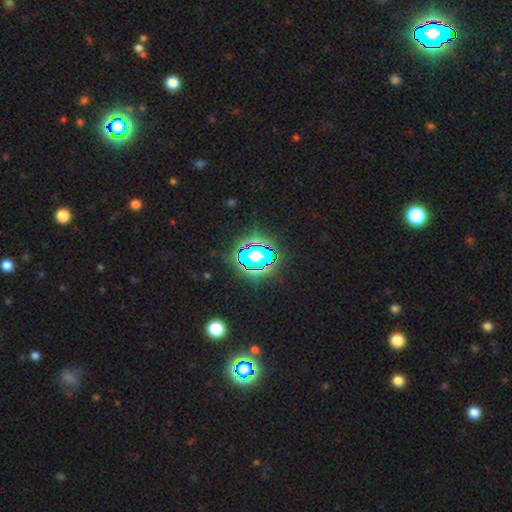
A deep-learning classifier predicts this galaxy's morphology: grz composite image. It shows a star or artifact, not a galaxy (59%).